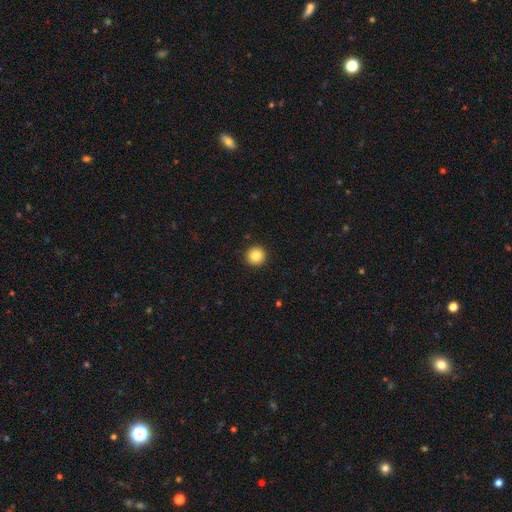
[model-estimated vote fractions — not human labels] This is clearly a smooth galaxy (85%). How rounded: clearly round (95%). Merging: clearly none (93%).